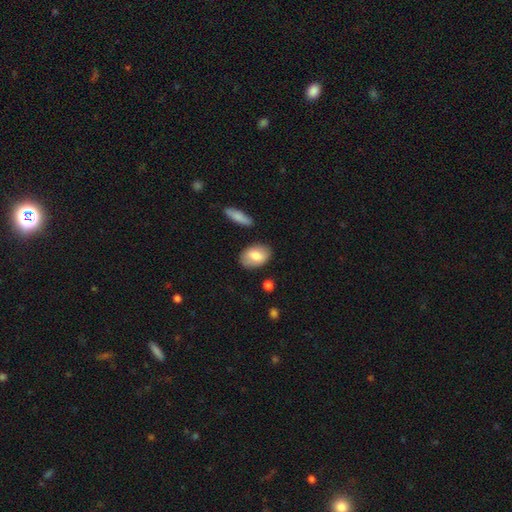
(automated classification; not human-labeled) smooth-or-featured: smooth: 74% | featured or disk: 20% | star or artifact: 6%
  how-rounded: in between: 87% | round: 11% | cigar-shaped: 2%
  merging: none: 82% | minor disturbance: 12% | merger: 3% | major disturbance: 3%